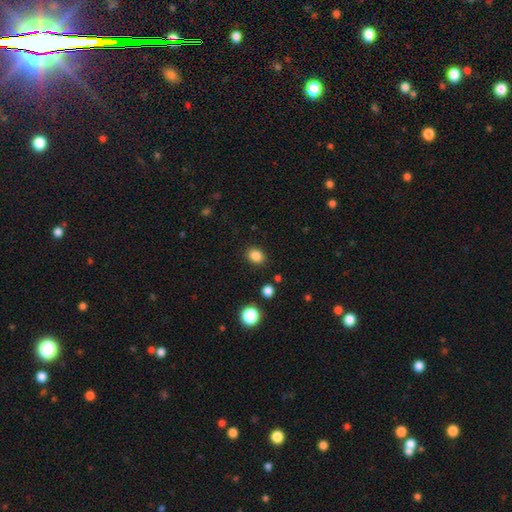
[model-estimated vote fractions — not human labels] smooth 85%, star or artifact 11%, featured or disk 4%. Down the decision tree: how rounded — in between (50%); merging — none (88%).